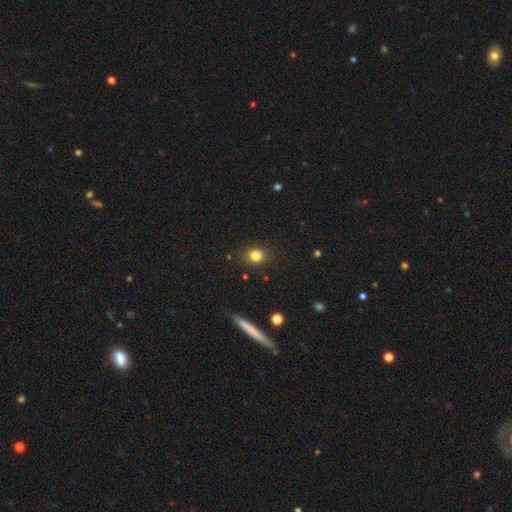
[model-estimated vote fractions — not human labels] smooth-or-featured: smooth: 82% | star or artifact: 12% | featured or disk: 6%
  how-rounded: round: 65% | in between: 33% | cigar-shaped: 2%
  merging: none: 86% | minor disturbance: 9% | major disturbance: 3% | merger: 2%